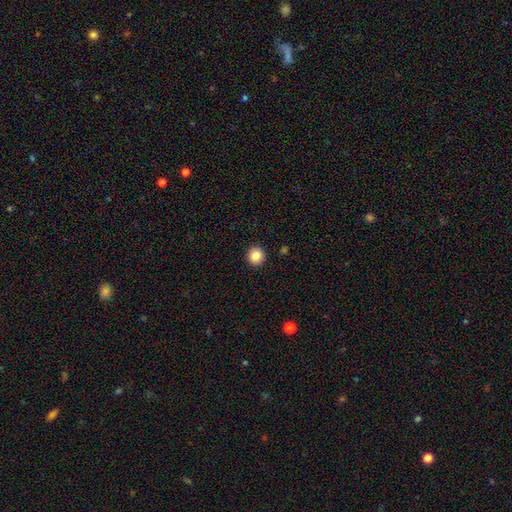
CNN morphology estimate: type=smooth (85%); roundness=round (92%); merging=none (93%).